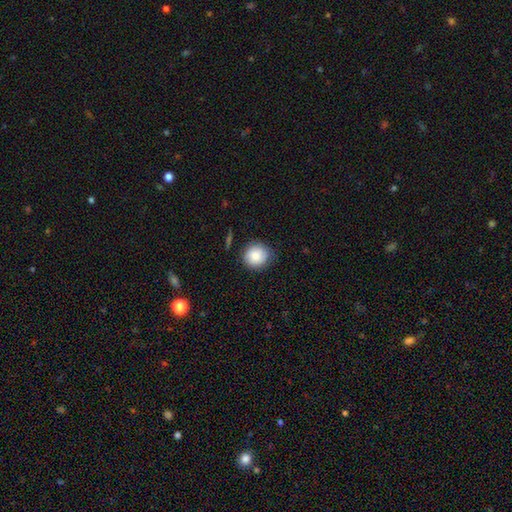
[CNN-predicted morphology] A smooth galaxy with no disk features (85%) that is round (90%). Merging: none (82%).